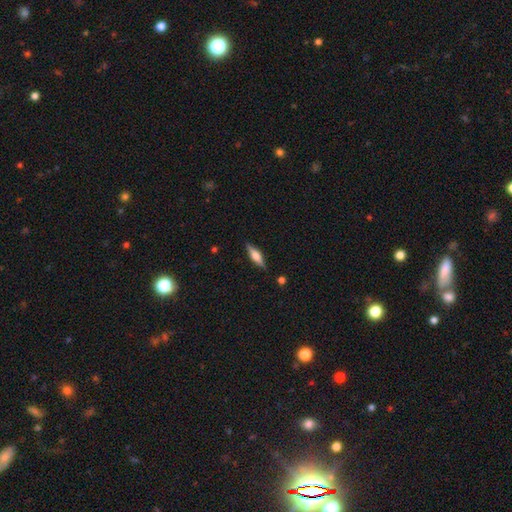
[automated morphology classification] Smooth or featured?
  - featured or disk: 50% *
  - smooth: 43%
  - star or artifact: 6%
Edge-on disk?
  - yes: 94% *
  - no: 6%
Merging?
  - none: 87% *
  - minor disturbance: 9%
  - major disturbance: 2%
  - merger: 2%